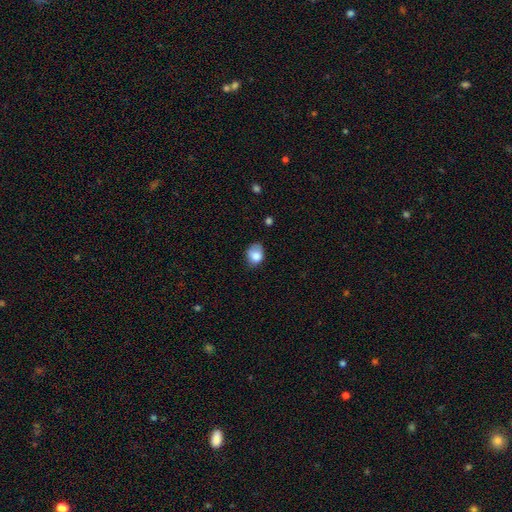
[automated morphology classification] A smooth galaxy with no disk features (82%) that is in between round and cigar-shaped (59%). Merging: none (48%).